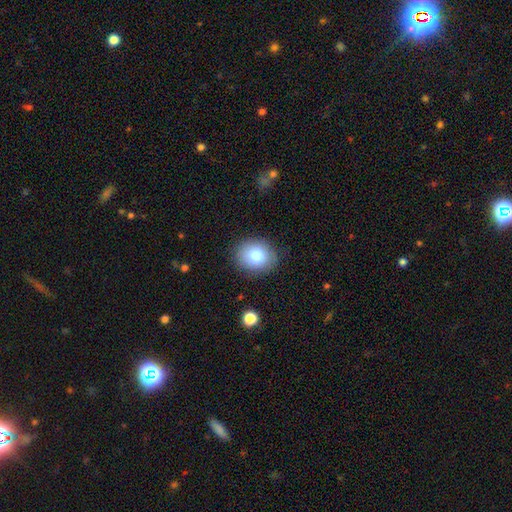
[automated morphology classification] Smooth or featured? smooth (85%)
How rounded? round (55%)
Merging? none (84%)